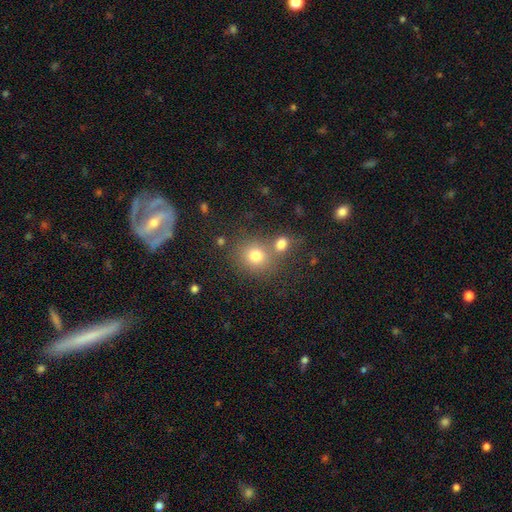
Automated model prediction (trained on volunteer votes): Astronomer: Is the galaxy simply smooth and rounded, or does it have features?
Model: smooth — 77%.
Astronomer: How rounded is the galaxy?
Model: round — 81%.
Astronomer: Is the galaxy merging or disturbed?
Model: none — 58%.